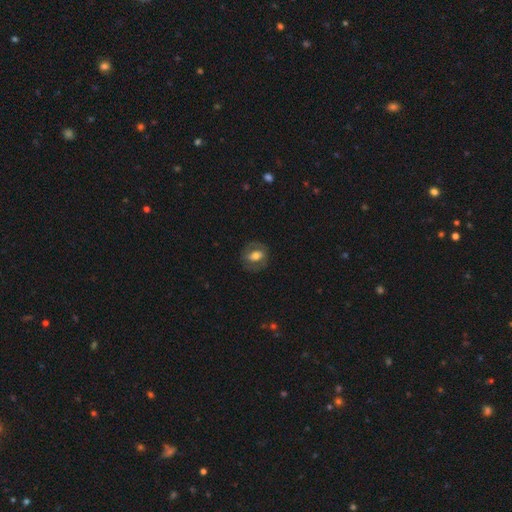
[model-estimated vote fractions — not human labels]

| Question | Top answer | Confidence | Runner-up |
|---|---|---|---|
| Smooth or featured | smooth | 51% | featured or disk (42%) |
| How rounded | in between | 58% | round (40%) |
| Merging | none | 76% | minor disturbance (14%) |